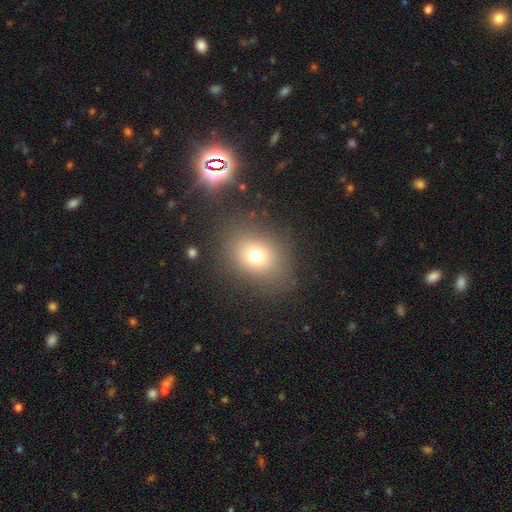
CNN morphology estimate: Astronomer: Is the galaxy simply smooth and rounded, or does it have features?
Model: smooth — 71%.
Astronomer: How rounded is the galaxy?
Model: round — 56% (runner-up: in between, 43%).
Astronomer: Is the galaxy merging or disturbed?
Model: none — 81%.